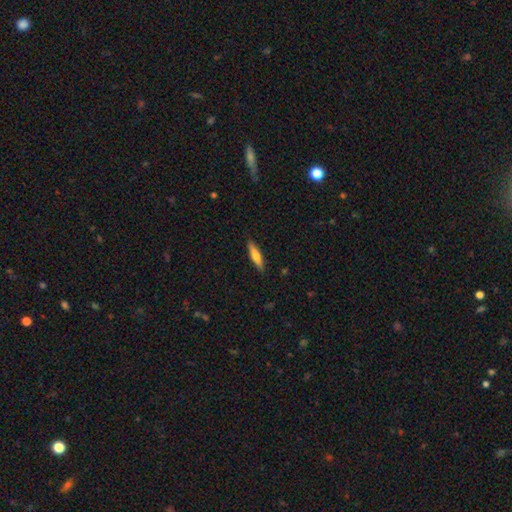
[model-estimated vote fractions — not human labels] Smooth or featured? smooth (60%)
How rounded? cigar-shaped (80%)
Merging? none (89%)